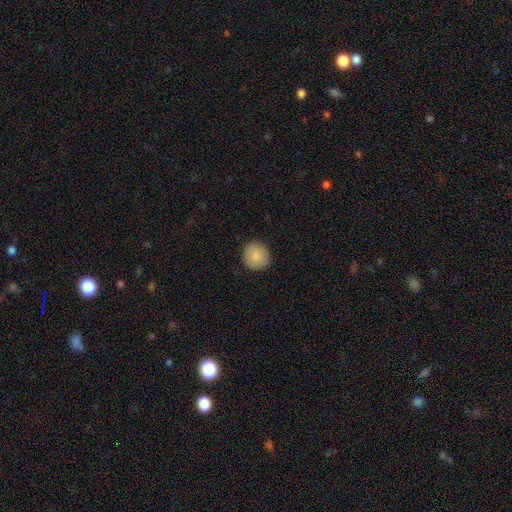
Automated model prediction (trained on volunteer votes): smooth 87%, star or artifact 7%, featured or disk 6%. Down the decision tree: how rounded — round (91%); merging — none (89%).